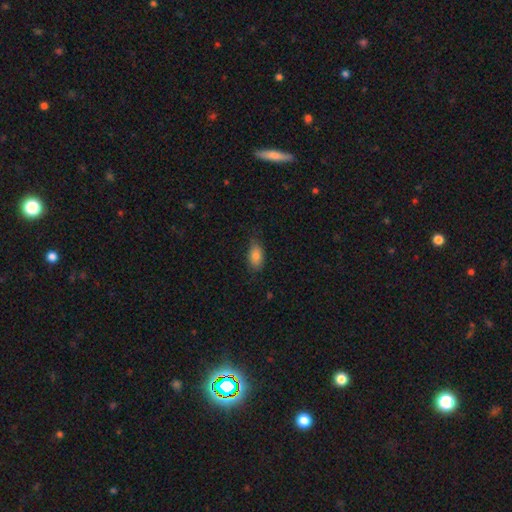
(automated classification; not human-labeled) Smooth or featured?
  - smooth: 84% *
  - featured or disk: 9%
  - star or artifact: 8%
How rounded?
  - in between: 90% *
  - round: 6%
  - cigar-shaped: 4%
Merging?
  - none: 70% *
  - minor disturbance: 24%
  - major disturbance: 5%
  - merger: 1%